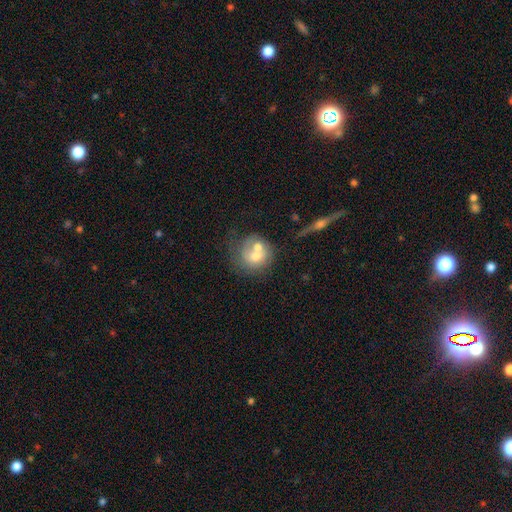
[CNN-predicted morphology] Smooth or featured: smooth — 54% (featured or disk — 37%)
How rounded: round — 78% (in between — 20%)
Merging: merger — 47% (none — 32%)